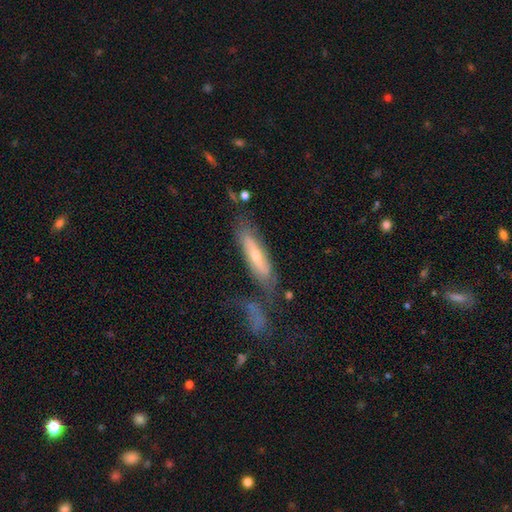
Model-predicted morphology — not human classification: type=featured or disk (49%); merging=none (45%).